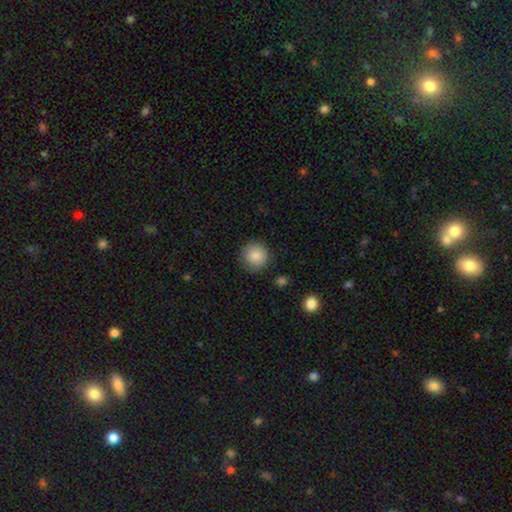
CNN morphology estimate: smooth-or-featured: smooth: 87% | star or artifact: 8% | featured or disk: 5%
  how-rounded: round: 94% | in between: 5% | cigar-shaped: 1%
  merging: none: 86% | minor disturbance: 10% | major disturbance: 3% | merger: 1%